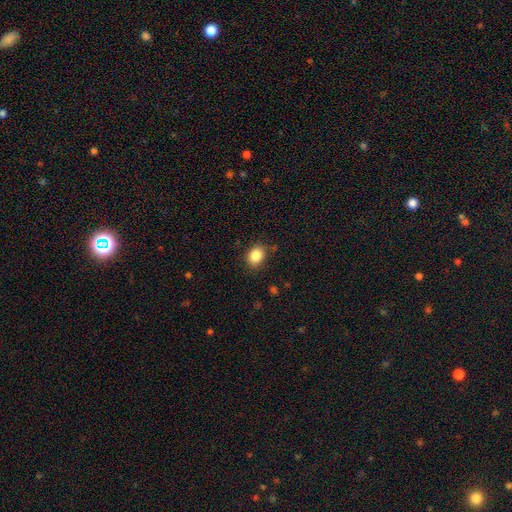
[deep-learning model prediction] Smooth or featured?
  - smooth: 85% *
  - star or artifact: 10%
  - featured or disk: 5%
How rounded?
  - in between: 52% *
  - round: 47%
  - cigar-shaped: 1%
Merging?
  - none: 84% *
  - minor disturbance: 11%
  - major disturbance: 3%
  - merger: 1%